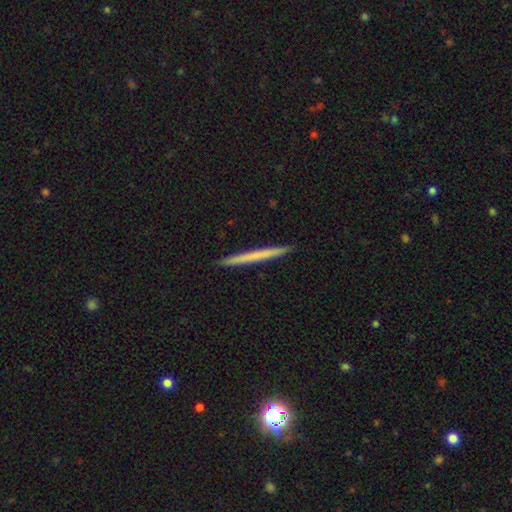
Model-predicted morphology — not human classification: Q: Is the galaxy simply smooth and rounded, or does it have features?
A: smooth — 57%.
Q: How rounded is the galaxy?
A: cigar-shaped — 97%.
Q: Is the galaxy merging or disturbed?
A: none — 93%.